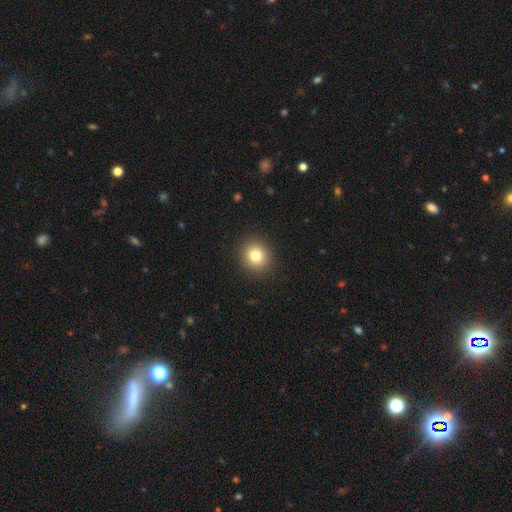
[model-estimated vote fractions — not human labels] smooth 80%, star or artifact 12%, featured or disk 8%. Down the decision tree: how rounded — round (86%); merging — none (91%).